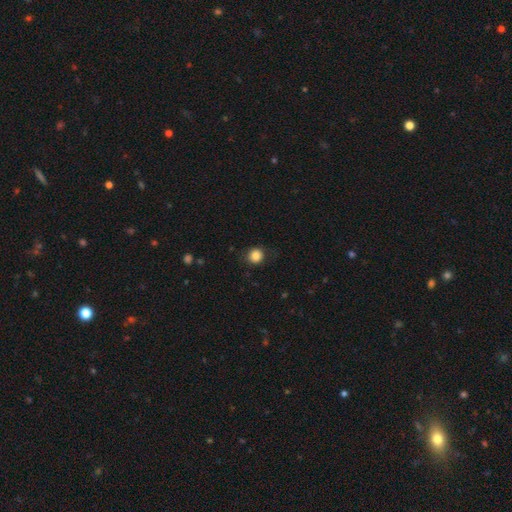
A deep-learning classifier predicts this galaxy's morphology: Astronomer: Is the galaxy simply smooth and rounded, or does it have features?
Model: smooth — 84%.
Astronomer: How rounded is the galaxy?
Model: round — 90%.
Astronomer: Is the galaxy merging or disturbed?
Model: none — 85%.